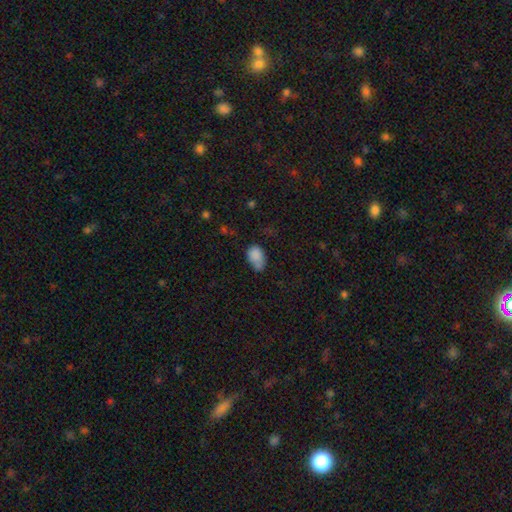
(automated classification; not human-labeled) Smooth or featured? smooth (82%)
How rounded? in between (81%)
Merging? none (39%)